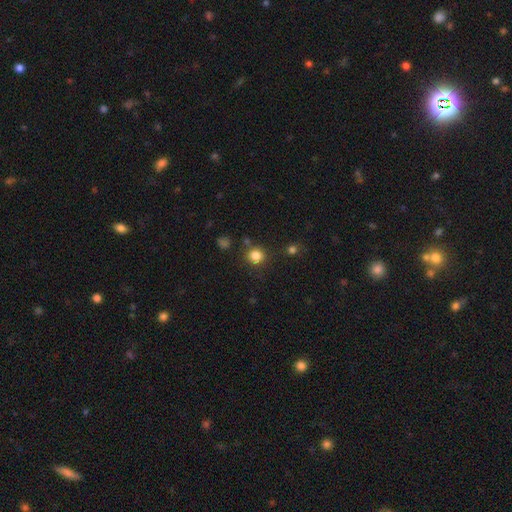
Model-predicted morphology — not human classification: Smooth or featured: smooth — 82% (star or artifact — 13%)
How rounded: round — 92% (in between — 7%)
Merging: none — 82% (minor disturbance — 9%)